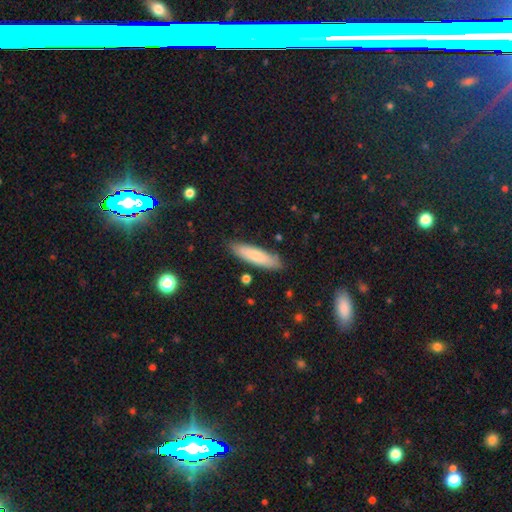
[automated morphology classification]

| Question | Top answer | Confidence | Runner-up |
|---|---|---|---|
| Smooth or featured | smooth | 78% | featured or disk (16%) |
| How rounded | cigar-shaped | 70% | in between (29%) |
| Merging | none | 85% | minor disturbance (11%) |